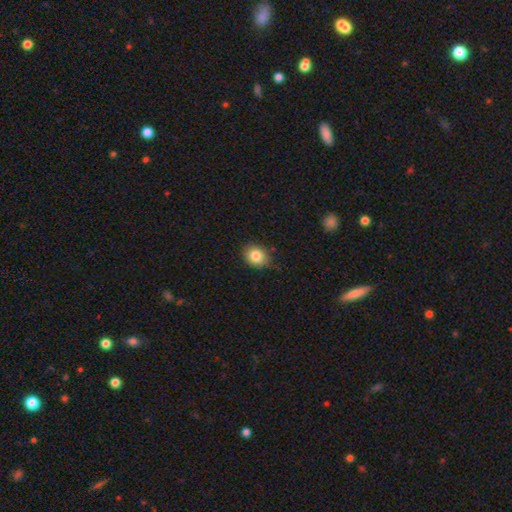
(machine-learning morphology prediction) smooth 83%, star or artifact 9%, featured or disk 8%. Down the decision tree: how rounded — round (60%); merging — none (81%).